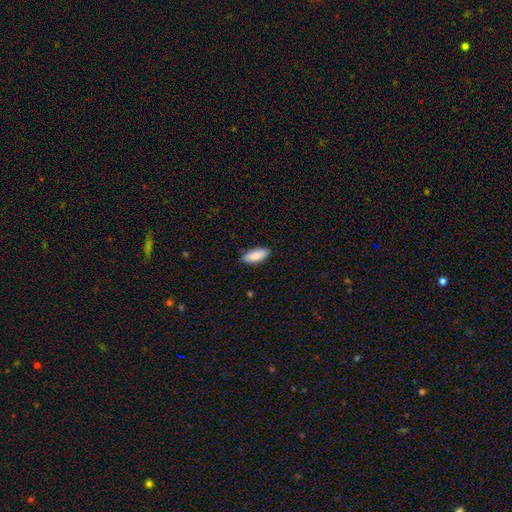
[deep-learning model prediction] A smooth galaxy with no disk features (87%) that is in between round and cigar-shaped (80%). Merging: none (87%).